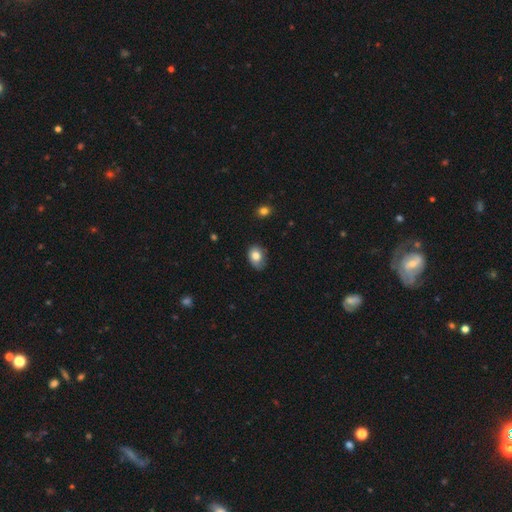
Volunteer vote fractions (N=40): Smooth or featured?
  - smooth: 82% *
  - featured or disk: 10%
  - star or artifact: 8%
How rounded?
  - in between: 73% *
  - round: 27%
  - cigar-shaped: 0%
Merging?
  - none: 54% *
  - minor disturbance: 41%
  - major disturbance: 5%
  - merger: 0%